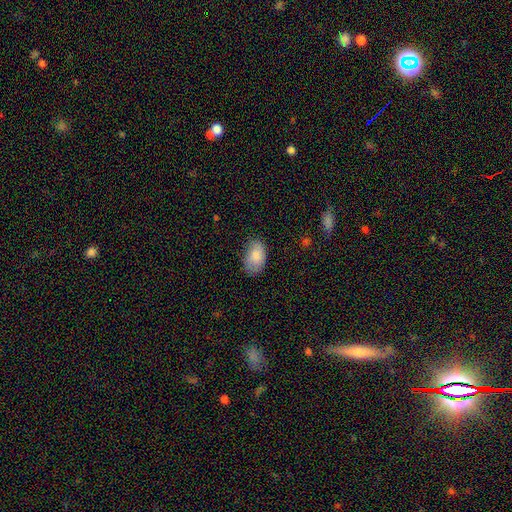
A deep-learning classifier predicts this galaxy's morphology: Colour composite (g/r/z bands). It shows a smooth galaxy with no disk features (84%) that is in between round and cigar-shaped (92%). Merging: none (69%).